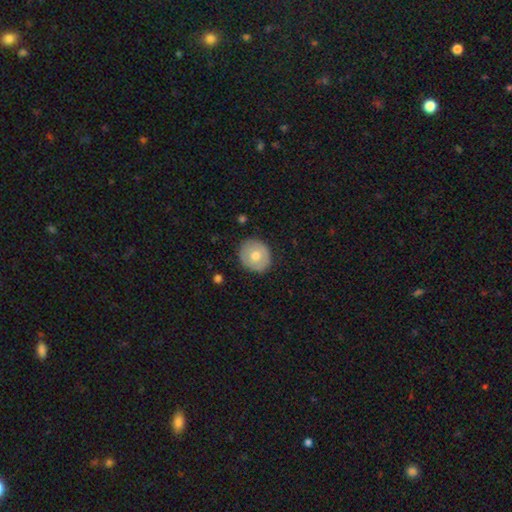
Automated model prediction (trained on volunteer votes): smooth 65%, featured or disk 29%, star or artifact 7%. Down the decision tree: how rounded — round (83%); merging — none (88%).